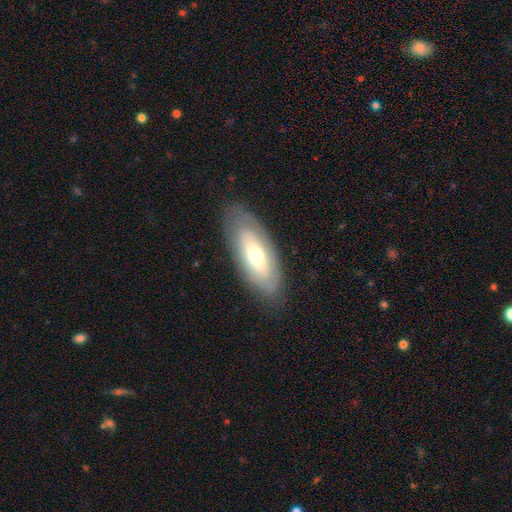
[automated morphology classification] Q: Smooth or featured?
A: smooth (48%); runner-up: featured or disk (46%)
Q: Merging?
A: none (81%); runner-up: minor disturbance (14%)